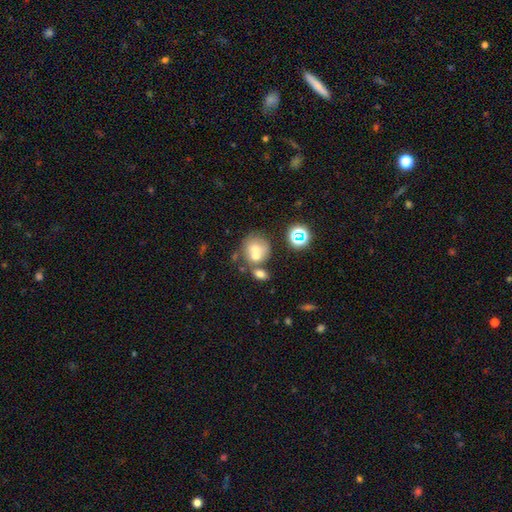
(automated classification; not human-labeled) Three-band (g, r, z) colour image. It shows a smooth galaxy with no disk features (60%) that is round (76%). Merging: merger (41%, tied with none).